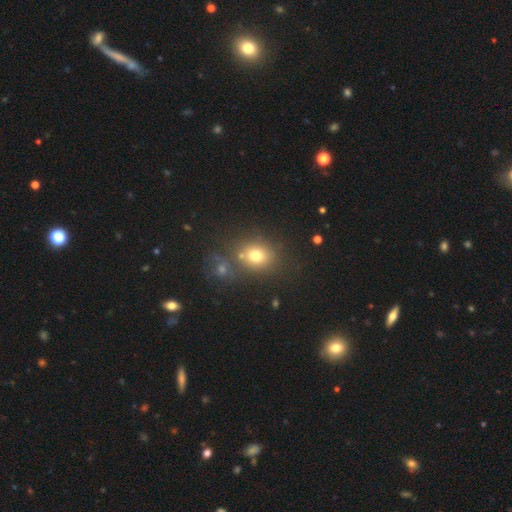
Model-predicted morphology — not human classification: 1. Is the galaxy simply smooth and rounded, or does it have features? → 74% smooth, 15% star or artifact, 11% featured or disk.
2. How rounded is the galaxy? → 69% round, 30% in between, 1% cigar-shaped.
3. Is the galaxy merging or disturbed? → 63% none, 19% merger, 11% minor disturbance, 6% major disturbance.